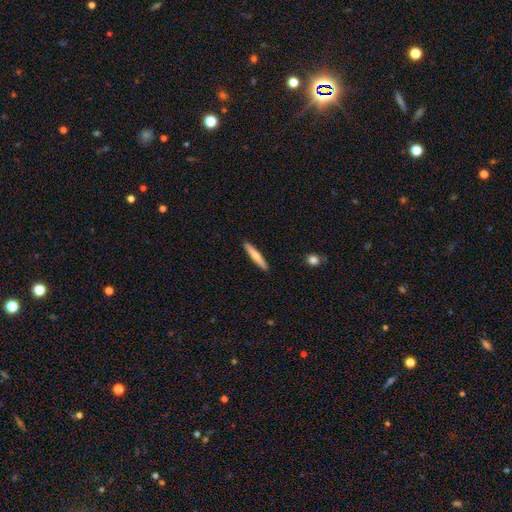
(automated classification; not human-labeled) Smooth or featured? Predicted: smooth (p=0.66). How rounded? Predicted: cigar-shaped (p=0.92). Merging? Predicted: none (p=0.91).